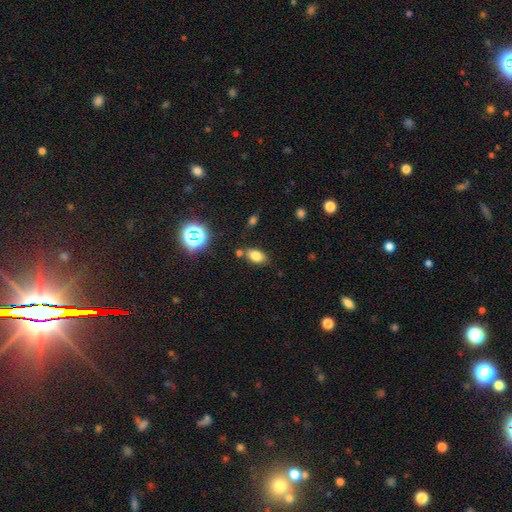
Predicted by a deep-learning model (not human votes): Smooth or featured: smooth — 78% (star or artifact — 13%)
How rounded: in between — 88% (round — 9%)
Merging: none — 76% (minor disturbance — 13%)